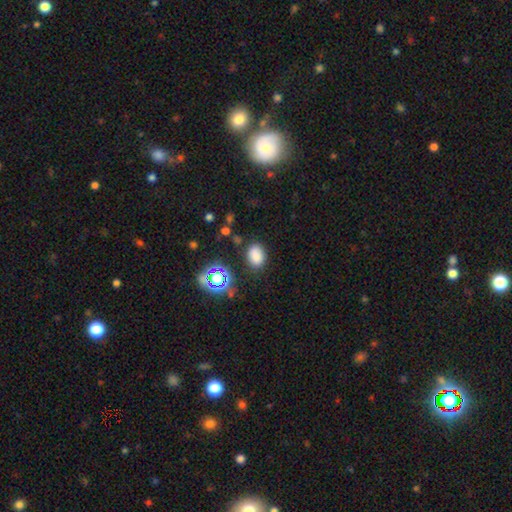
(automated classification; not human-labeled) smooth 76%, star or artifact 18%, featured or disk 6%. Down the decision tree: how rounded — in between (76%); merging — none (79%).